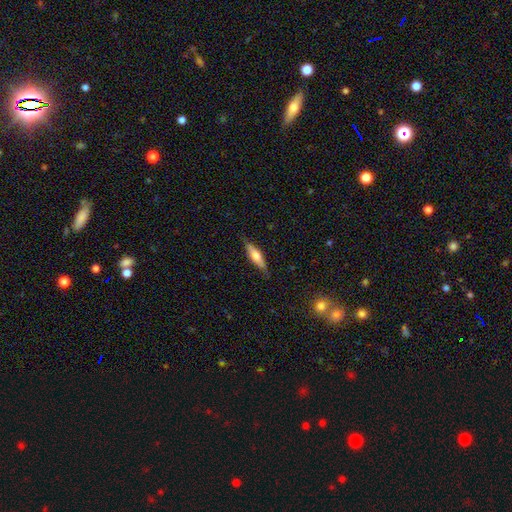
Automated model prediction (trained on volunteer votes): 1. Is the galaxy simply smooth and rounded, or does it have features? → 47% smooth (tied), 47% featured or disk (tied), 6% star or artifact.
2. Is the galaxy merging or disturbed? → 82% none, 14% minor disturbance, 3% major disturbance, 1% merger.